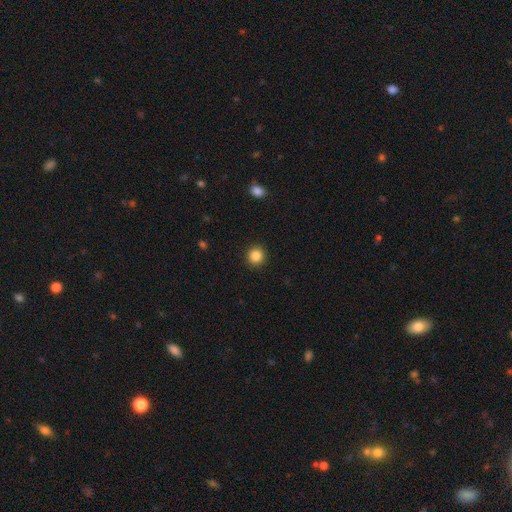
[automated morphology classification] smooth-or-featured: smooth: 85% | star or artifact: 11% | featured or disk: 4%
  how-rounded: round: 94% | in between: 5% | cigar-shaped: 1%
  merging: none: 92% | minor disturbance: 5% | major disturbance: 2% | merger: 1%